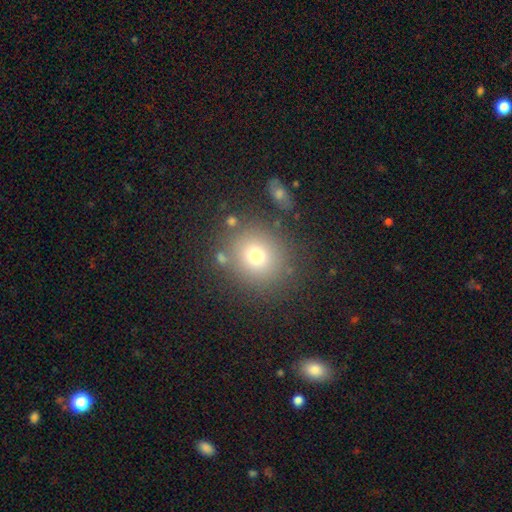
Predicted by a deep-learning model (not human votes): Q: Smooth or featured?
A: smooth (73%); runner-up: star or artifact (15%)
Q: How rounded?
A: round (79%); runner-up: in between (20%)
Q: Merging?
A: none (80%); runner-up: minor disturbance (10%)